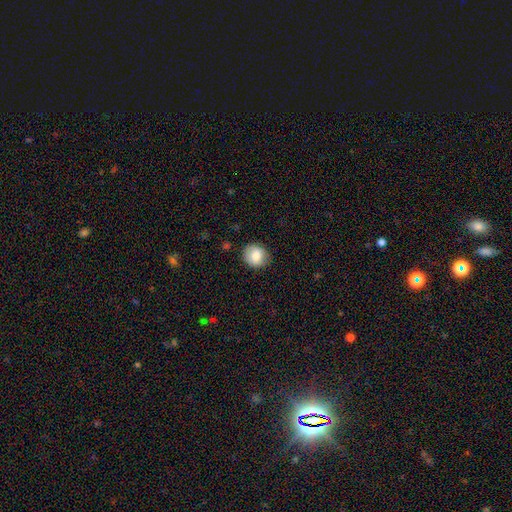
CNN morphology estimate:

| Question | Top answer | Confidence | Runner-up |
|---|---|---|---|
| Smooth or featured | smooth | 83% | featured or disk (9%) |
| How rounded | round | 77% | in between (22%) |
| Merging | none | 83% | minor disturbance (13%) |